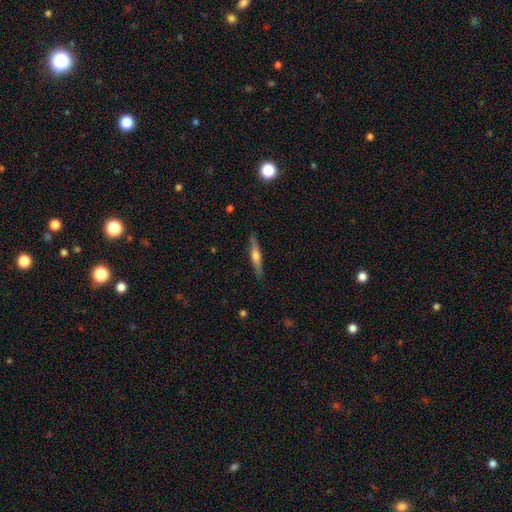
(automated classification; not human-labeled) This is possibly a featured or disk galaxy (52%). It is clearly viewed edge-on (95%). Merging: clearly none (88%).